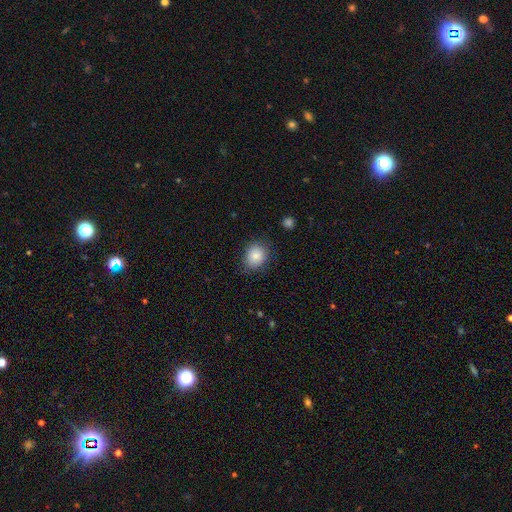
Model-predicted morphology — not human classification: This appears to be a smooth galaxy with no disk features (86%) that is round (63%). Merging: none (80%).